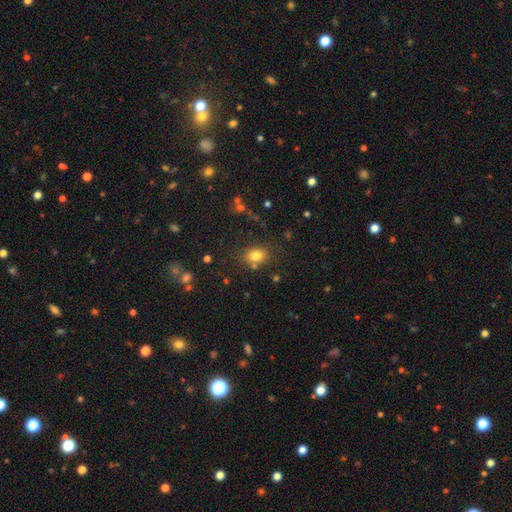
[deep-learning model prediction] The model was most divided on "how rounded": in between: 60%, round: 39%, cigar-shaped: 1%. More confident: smooth or featured — smooth (79%); merging — none (75%).